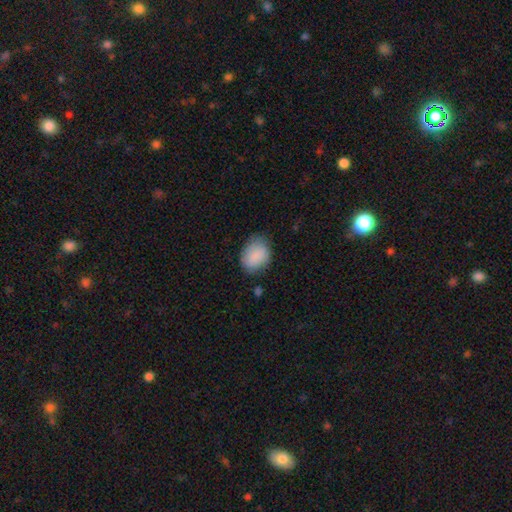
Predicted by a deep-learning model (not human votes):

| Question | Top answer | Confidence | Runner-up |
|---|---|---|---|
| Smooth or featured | smooth | 87% | star or artifact (7%) |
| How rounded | in between | 69% | round (30%) |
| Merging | none | 69% | minor disturbance (24%) |